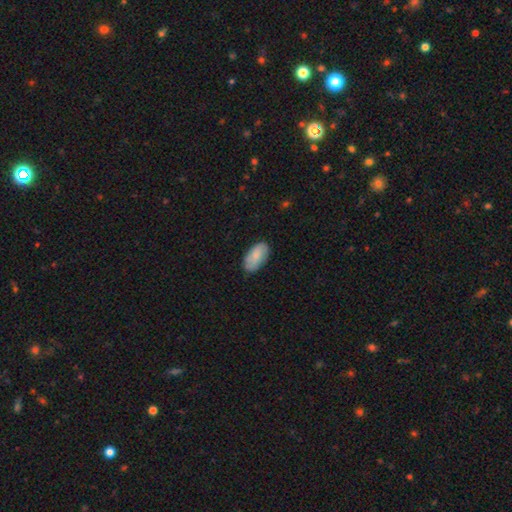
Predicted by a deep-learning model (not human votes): Smooth or featured?
  - smooth: 75% *
  - featured or disk: 19%
  - star or artifact: 6%
How rounded?
  - in between: 94% *
  - round: 3%
  - cigar-shaped: 3%
Merging?
  - none: 81% *
  - minor disturbance: 15%
  - major disturbance: 3%
  - merger: 1%